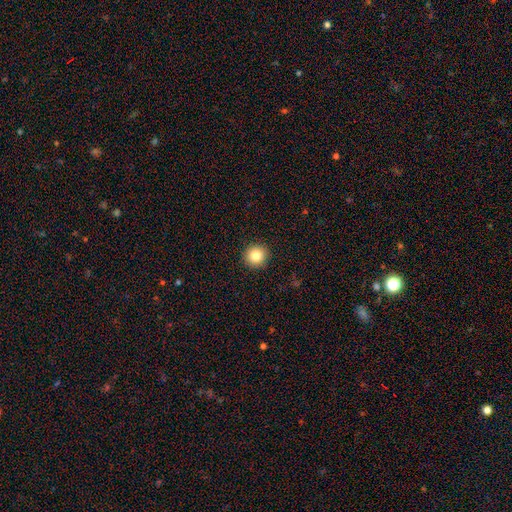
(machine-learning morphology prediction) smooth_or_featured: smooth (p=0.82) [alt: star or artifact p=0.11]
how_rounded: round (p=0.94) [alt: in between p=0.05]
merging: none (p=0.93) [alt: minor disturbance p=0.04]